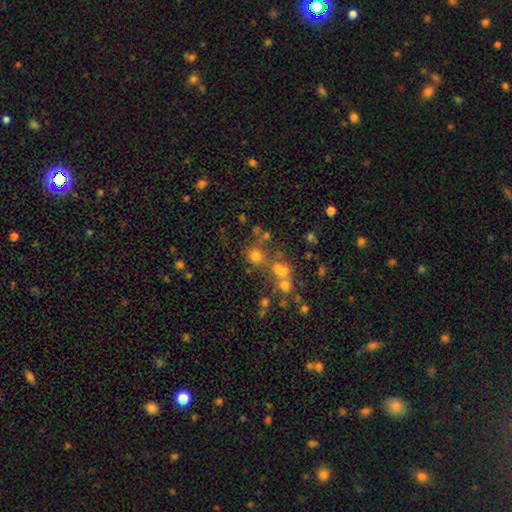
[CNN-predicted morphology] smooth_or_featured: smooth (p=0.68) [alt: star or artifact p=0.20]
how_rounded: round (p=0.87) [alt: in between p=0.12]
merging: none (p=0.61) [alt: merger p=0.23]